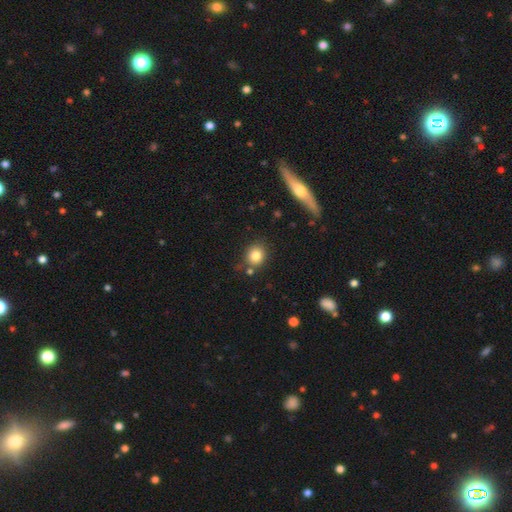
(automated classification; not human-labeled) Morphology: type=smooth (82%); roundness=round (79%); merging=none (77%).